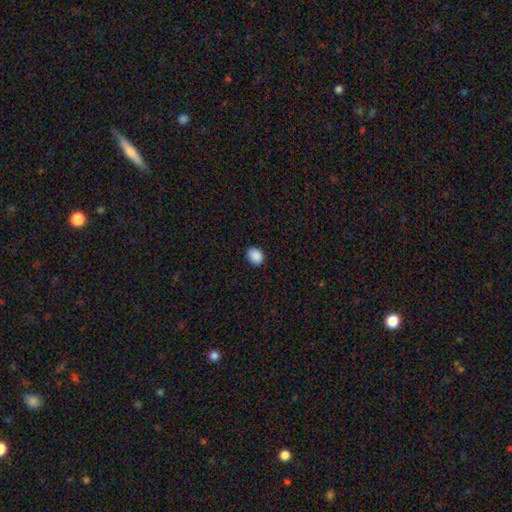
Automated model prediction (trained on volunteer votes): Smooth or featured: smooth — 89% (star or artifact — 8%)
How rounded: in between — 50% (round — 49%)
Merging: none — 89% (minor disturbance — 8%)